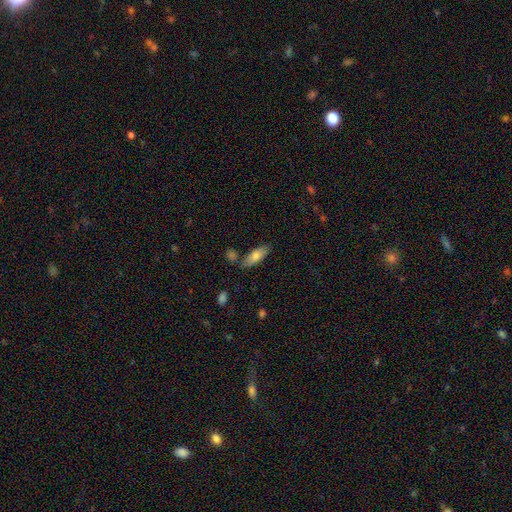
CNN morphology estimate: Smooth or featured: smooth — 75% (featured or disk — 18%)
How rounded: in between — 69% (cigar-shaped — 29%)
Merging: none — 76% (minor disturbance — 14%)